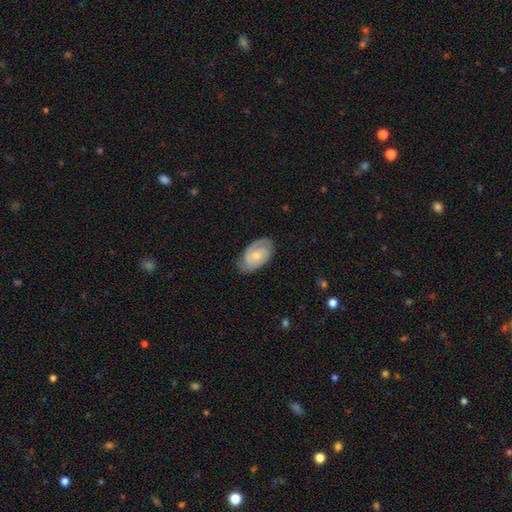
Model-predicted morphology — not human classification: Smooth or featured? featured or disk (68%)
Edge-on disk? no (96%)
Bar? no (65%)
Spiral arms? yes (90%)
Spiral winding? tight (54%)
Spiral arm count? 2 (64%)
Bulge size? small (56%)
Merging? none (69%)